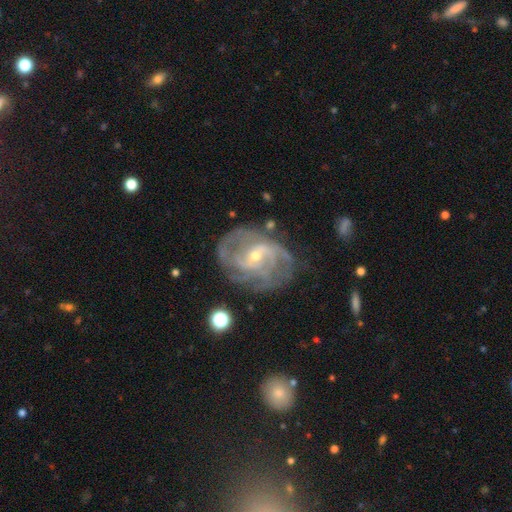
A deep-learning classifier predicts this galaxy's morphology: Overall: featured or disk (89%). Edge-on disk: no (97%). Bar: weak (45%; no 41%). Spiral arms: yes (96%). Spiral arm count: can't tell (27%; 2 26%). Spiral winding: tight (48%; medium 41%). Bulge size: small (65%; moderate 32%). Merging: none (65%).